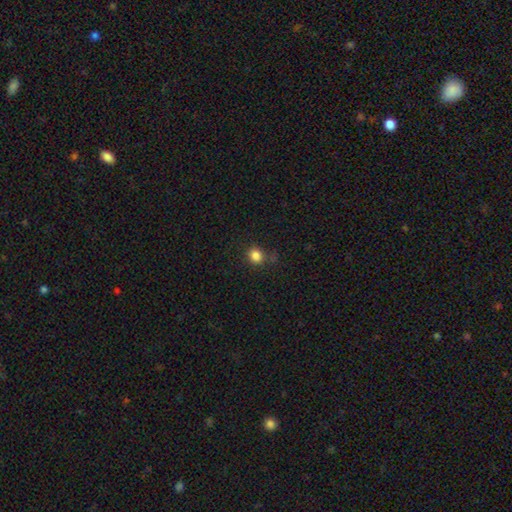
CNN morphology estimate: A smooth galaxy with no disk features (84%) that is round (80%). Merging: none (79%).